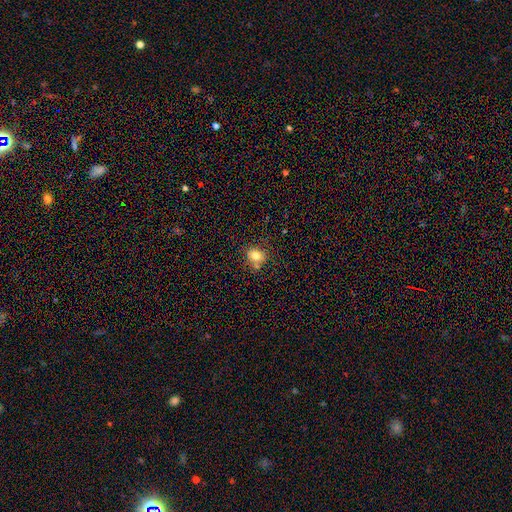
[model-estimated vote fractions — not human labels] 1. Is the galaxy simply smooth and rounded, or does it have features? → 77% smooth, 12% star or artifact, 11% featured or disk.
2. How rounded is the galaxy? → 66% round, 33% in between, 1% cigar-shaped.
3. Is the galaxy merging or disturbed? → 66% none, 16% merger, 14% minor disturbance, 4% major disturbance.